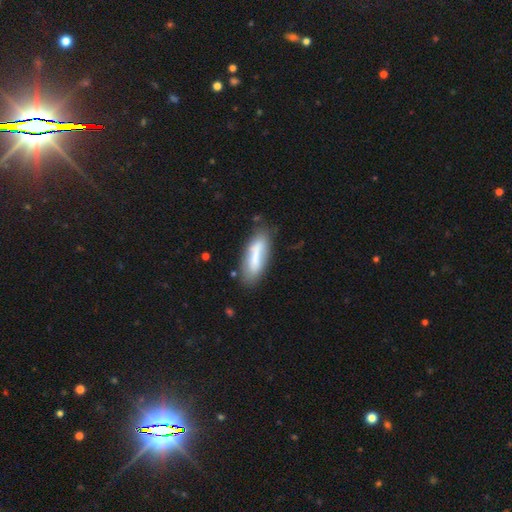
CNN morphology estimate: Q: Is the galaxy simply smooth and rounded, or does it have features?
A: smooth — 68%.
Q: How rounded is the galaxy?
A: in between — 51%.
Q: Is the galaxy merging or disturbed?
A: none — 66%.